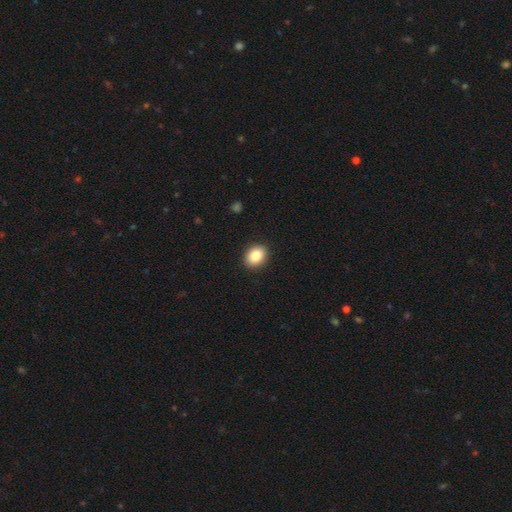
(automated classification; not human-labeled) Morphology: type=smooth (87%); roundness=in between (59%); merging=none (91%).